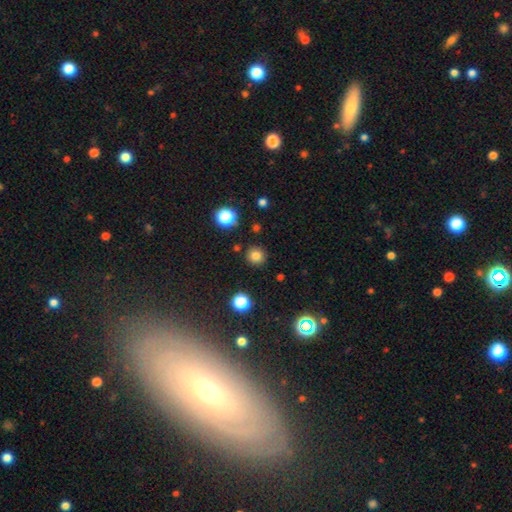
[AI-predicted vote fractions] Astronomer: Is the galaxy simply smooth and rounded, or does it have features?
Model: smooth — 80%.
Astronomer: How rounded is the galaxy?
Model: round — 93%.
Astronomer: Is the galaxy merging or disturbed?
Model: none — 89%.